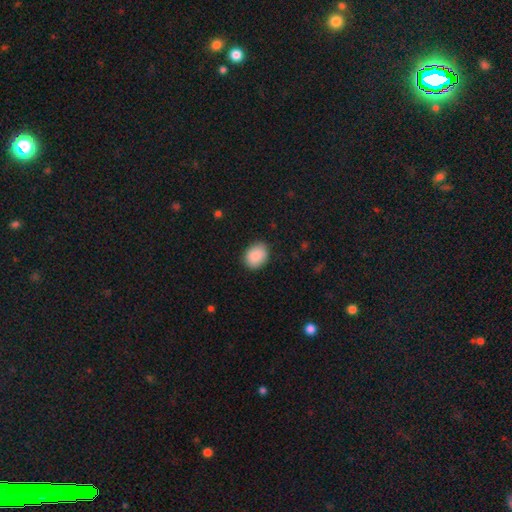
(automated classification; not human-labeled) This is clearly a smooth galaxy (89%). How rounded: possibly in between (56%). Merging: clearly none (85%).